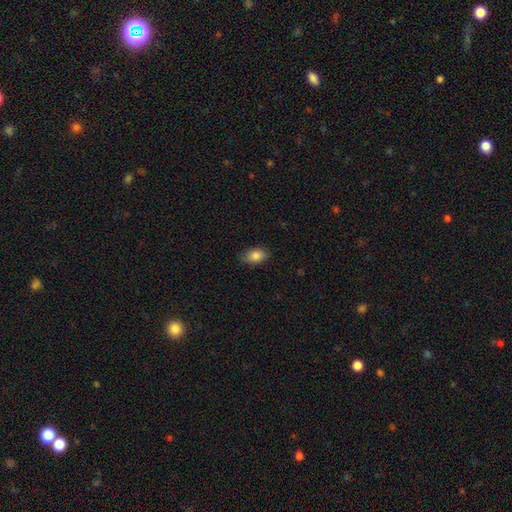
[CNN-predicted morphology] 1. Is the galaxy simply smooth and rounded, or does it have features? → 86% smooth, 8% star or artifact, 6% featured or disk.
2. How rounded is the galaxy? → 84% in between, 14% round, 1% cigar-shaped.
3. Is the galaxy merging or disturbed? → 81% none, 15% minor disturbance, 3% major disturbance, 1% merger.